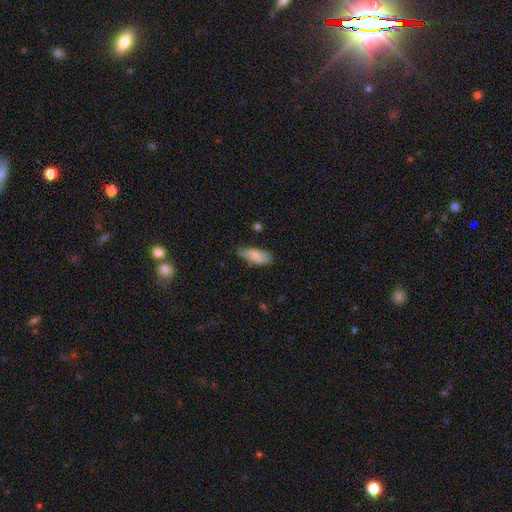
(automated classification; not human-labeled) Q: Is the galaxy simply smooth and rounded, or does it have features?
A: smooth — 82%.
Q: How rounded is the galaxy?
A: in between — 79%.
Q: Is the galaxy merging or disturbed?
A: none — 57%.